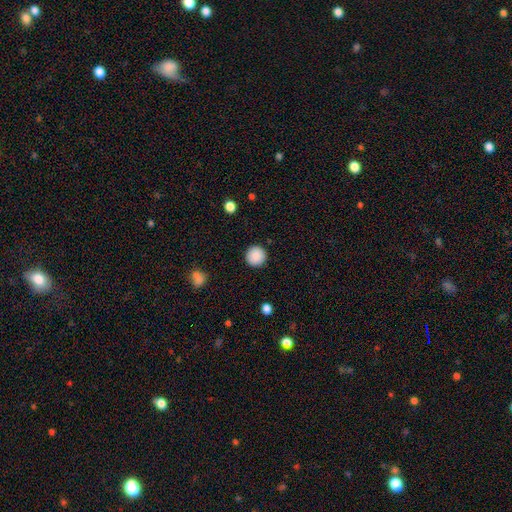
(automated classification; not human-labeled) Smooth or featured? Predicted: smooth (p=0.89). How rounded? Predicted: round (p=0.96). Merging? Predicted: none (p=0.92).